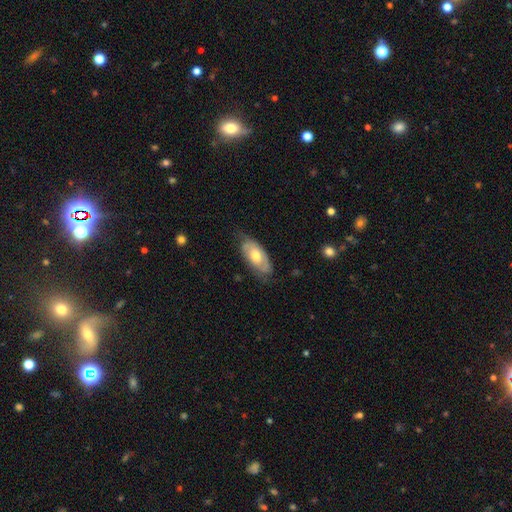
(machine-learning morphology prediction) Smooth or featured: featured or disk — 52% (smooth — 42%)
Edge-on disk: no — 84% (yes — 16%)
Merging: none — 67% (minor disturbance — 25%)